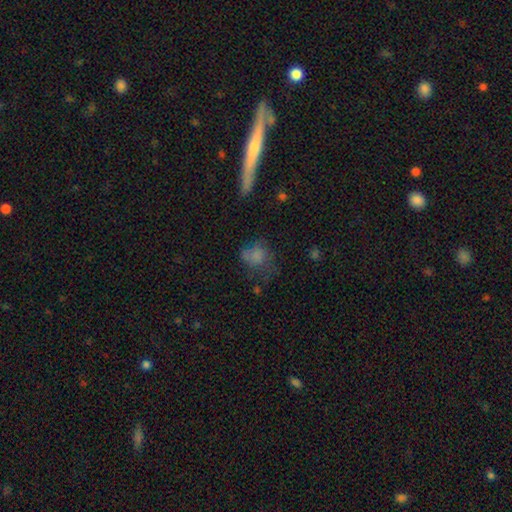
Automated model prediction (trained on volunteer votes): This appears to be a smooth galaxy with no disk features (71%) that is round (60%). Merging: none (40%).